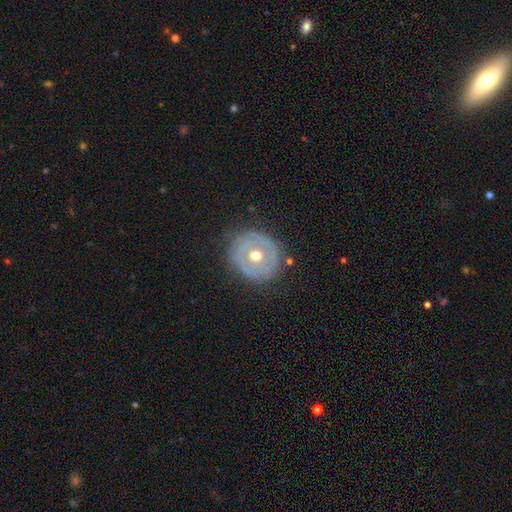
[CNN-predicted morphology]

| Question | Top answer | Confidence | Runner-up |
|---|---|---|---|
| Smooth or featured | featured or disk | 66% | smooth (26%) |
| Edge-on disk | no | 95% | yes (5%) |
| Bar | no | 86% | weak (10%) |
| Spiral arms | no | 59% | yes (41%) |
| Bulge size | moderate | 80% | small (14%) |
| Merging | none | 78% | minor disturbance (15%) |